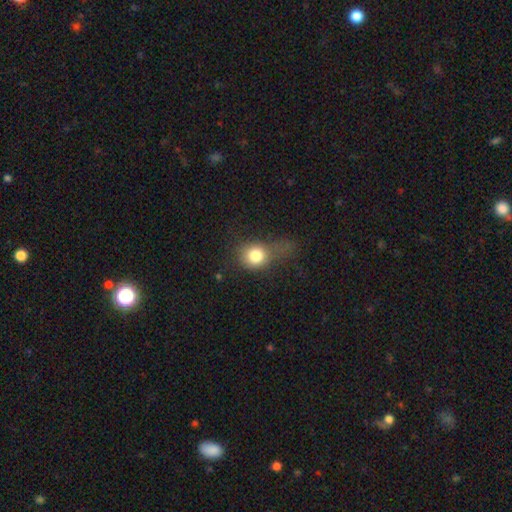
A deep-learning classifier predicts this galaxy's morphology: This appears to be a smooth galaxy with no disk features (78%) that is round (69%). Merging: none (36%).